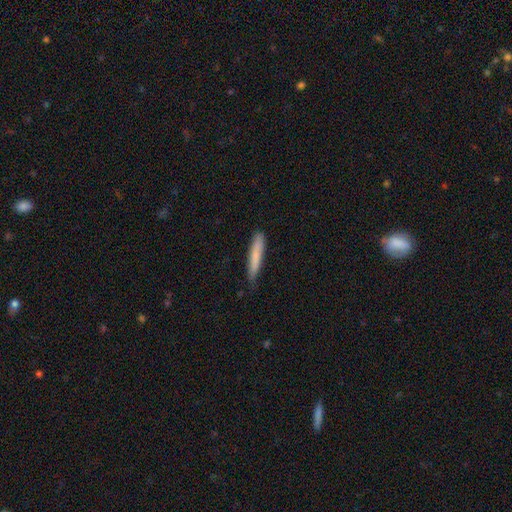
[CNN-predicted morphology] Q: Smooth or featured?
A: smooth (78%); runner-up: featured or disk (16%)
Q: How rounded?
A: cigar-shaped (93%); runner-up: in between (5%)
Q: Merging?
A: none (78%); runner-up: minor disturbance (18%)